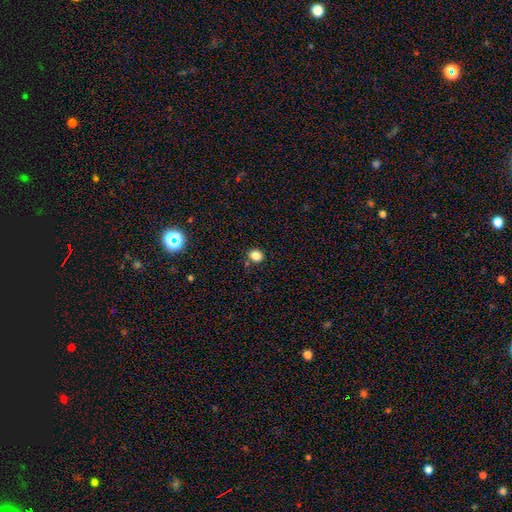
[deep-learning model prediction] Smooth or featured? Predicted: smooth (p=0.83). How rounded? Predicted: round (p=0.72). Merging? Predicted: none (p=0.83).